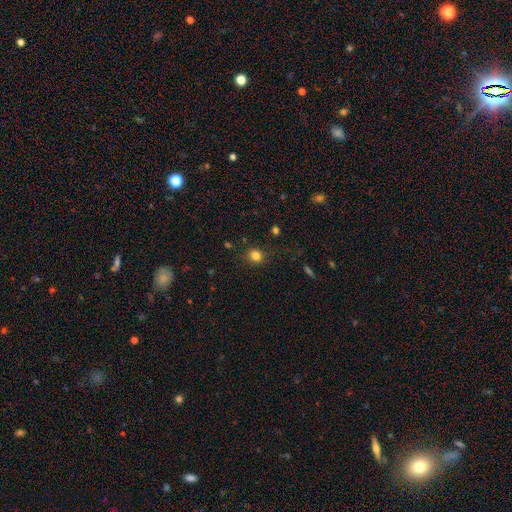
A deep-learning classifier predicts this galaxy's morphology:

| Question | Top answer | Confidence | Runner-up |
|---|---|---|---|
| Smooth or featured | smooth | 80% | star or artifact (14%) |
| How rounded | round | 86% | in between (13%) |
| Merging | none | 84% | minor disturbance (10%) |